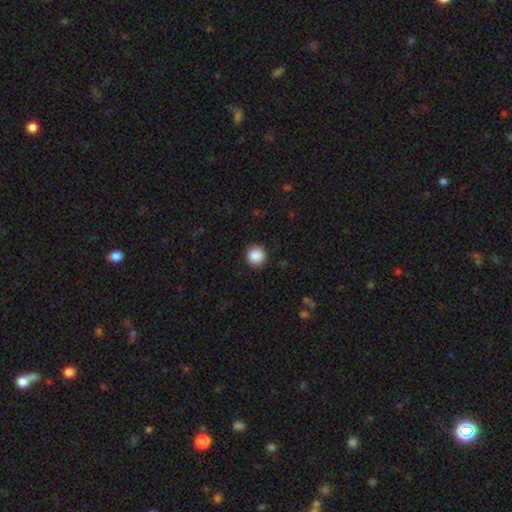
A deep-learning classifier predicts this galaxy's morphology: smooth 88%, star or artifact 9%, featured or disk 3%. Down the decision tree: how rounded — round (95%); merging — none (92%).